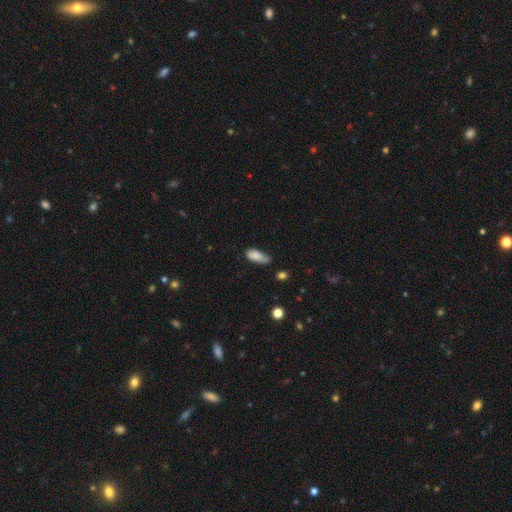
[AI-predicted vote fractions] Q: Smooth or featured?
A: smooth (84%); runner-up: featured or disk (8%)
Q: How rounded?
A: in between (76%); runner-up: cigar-shaped (22%)
Q: Merging?
A: none (43%); tied with: minor disturbance (43%)